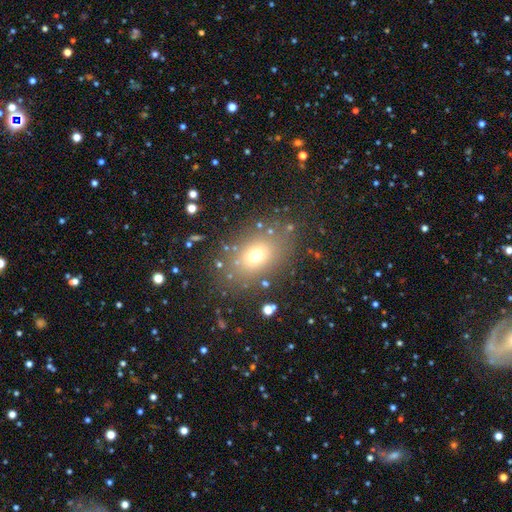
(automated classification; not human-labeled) smooth 68%, star or artifact 19%, featured or disk 13%. Down the decision tree: how rounded — in between (62%); merging — none (81%).